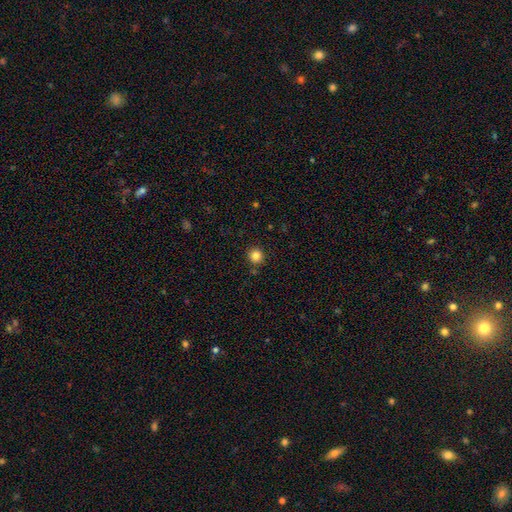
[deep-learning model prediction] Overall: smooth (83%). How rounded: round (94%). Merging: none (89%).